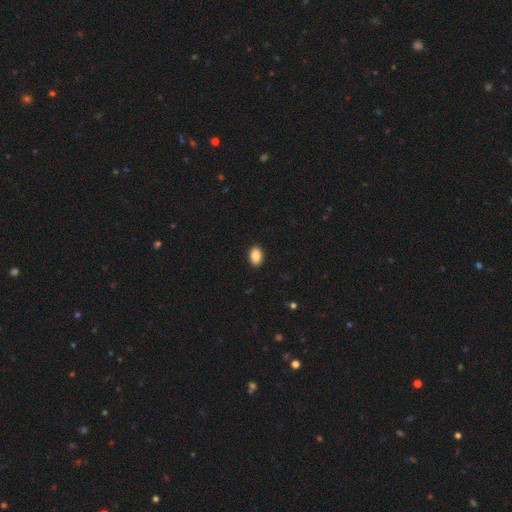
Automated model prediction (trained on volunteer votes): A smooth galaxy with no disk features (87%) that is in between round and cigar-shaped (85%). Merging: none (91%).